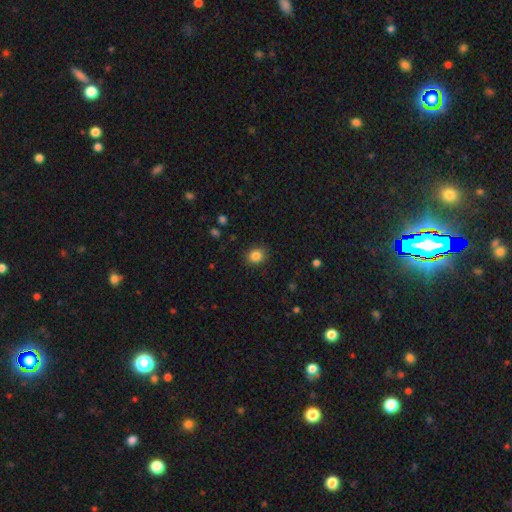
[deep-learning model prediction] Q: Smooth or featured?
A: smooth (85%); runner-up: star or artifact (11%)
Q: How rounded?
A: round (71%); runner-up: in between (28%)
Q: Merging?
A: none (88%); runner-up: minor disturbance (9%)